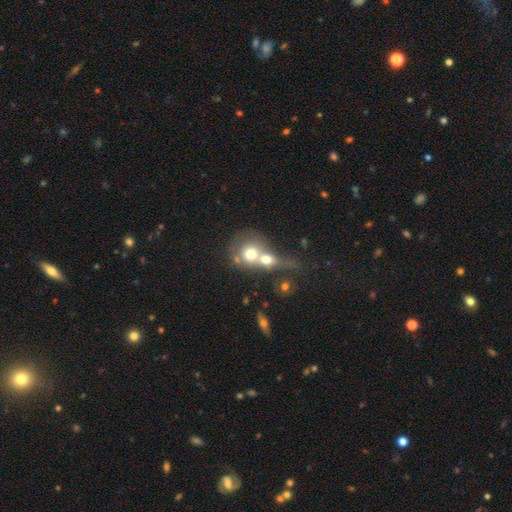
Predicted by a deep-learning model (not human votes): Q: Smooth or featured?
A: smooth (56%); runner-up: featured or disk (32%)
Q: How rounded?
A: round (75%); runner-up: in between (23%)
Q: Merging?
A: merger (72%); runner-up: none (16%)